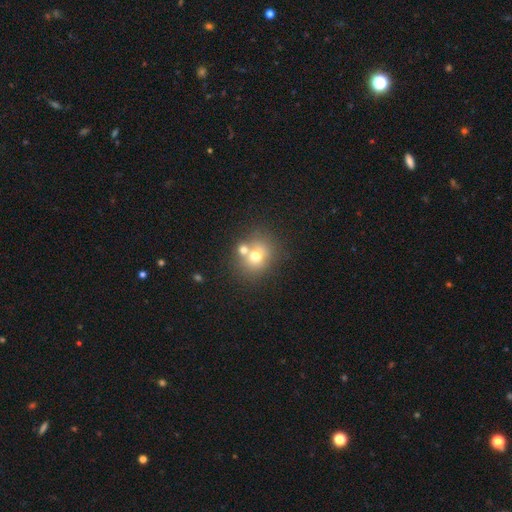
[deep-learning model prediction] Overall: smooth (68%). How rounded: round (74%). Merging: none (53%; merger 33%).